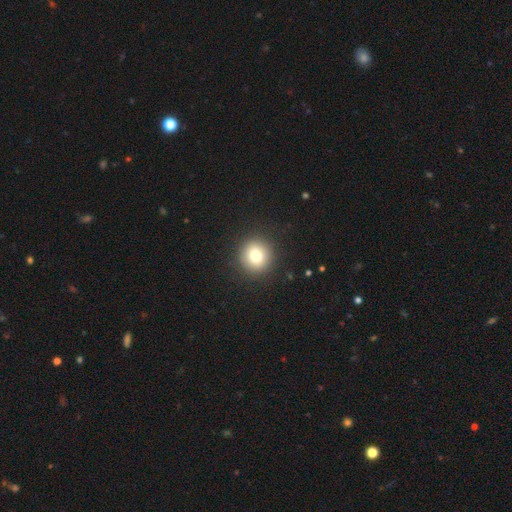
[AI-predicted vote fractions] This is clearly a smooth galaxy (81%). How rounded: clearly round (92%). Merging: clearly none (92%).